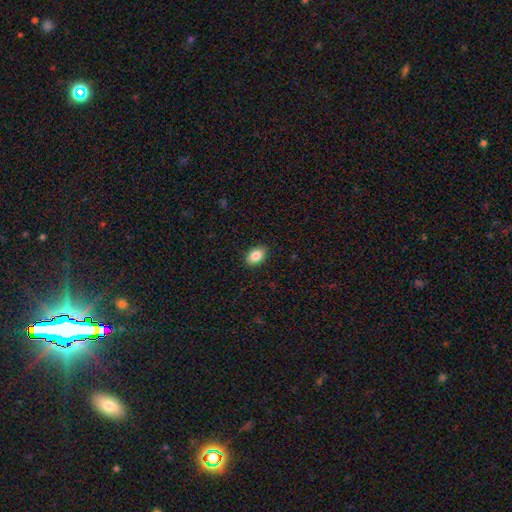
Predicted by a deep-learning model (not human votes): Smooth or featured? Predicted: smooth (p=0.86). How rounded? Predicted: in between (p=0.87). Merging? Predicted: none (p=0.89).